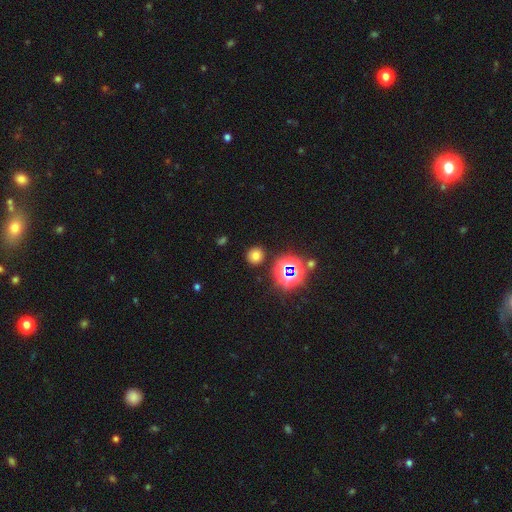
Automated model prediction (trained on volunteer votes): Morphology: type=smooth (66%); roundness=round (86%); merging=none (88%).